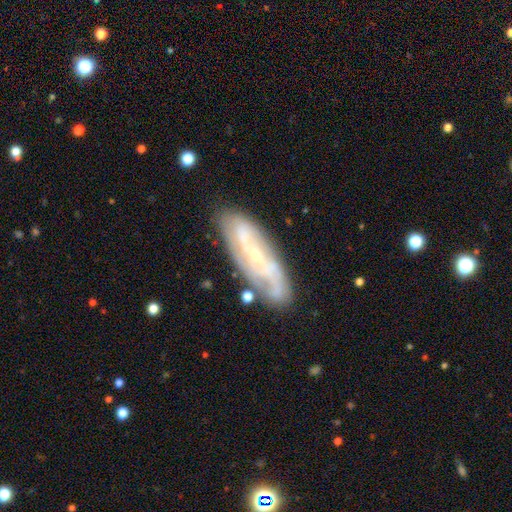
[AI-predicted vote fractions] smooth_or_featured: featured or disk (p=0.76) [alt: smooth p=0.17]
disk_edge_on: no (p=0.84) [alt: yes p=0.16]
bar: no (p=0.49) [alt: weak p=0.34]
has_spiral_arms: yes (p=0.88) [alt: no p=0.12]
spiral_winding: tight (p=0.40) [alt: medium p=0.39]
spiral_arm_count: 2 (p=0.41) [alt: can't tell p=0.34]
bulge_size: small (p=0.73) [alt: moderate p=0.21]
merging: none (p=0.73) [alt: minor disturbance p=0.17]